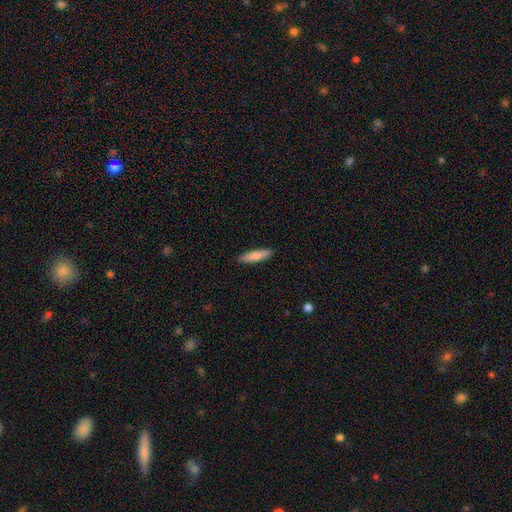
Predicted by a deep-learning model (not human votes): smooth 83%, featured or disk 11%, star or artifact 5%. Down the decision tree: how rounded — cigar-shaped (78%); merging — none (91%).